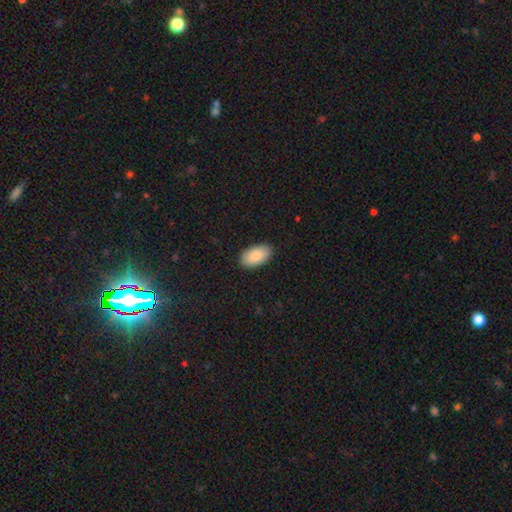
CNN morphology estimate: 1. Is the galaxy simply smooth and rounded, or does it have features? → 89% smooth, 6% star or artifact, 5% featured or disk.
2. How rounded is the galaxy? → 95% in between, 3% round, 1% cigar-shaped.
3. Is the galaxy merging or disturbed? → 89% none, 8% minor disturbance, 2% major disturbance, 1% merger.